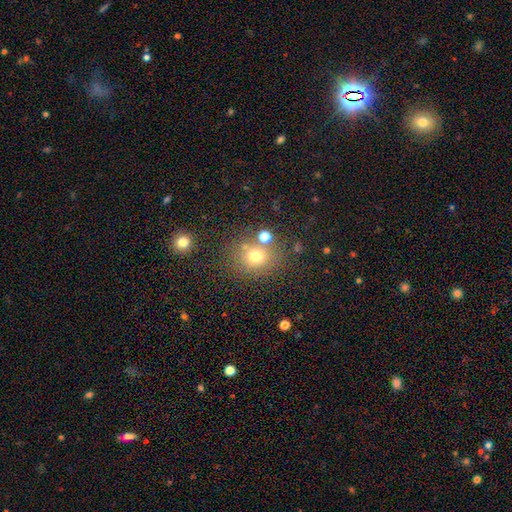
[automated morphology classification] Smooth or featured? smooth (70%)
How rounded? round (74%)
Merging? none (71%)